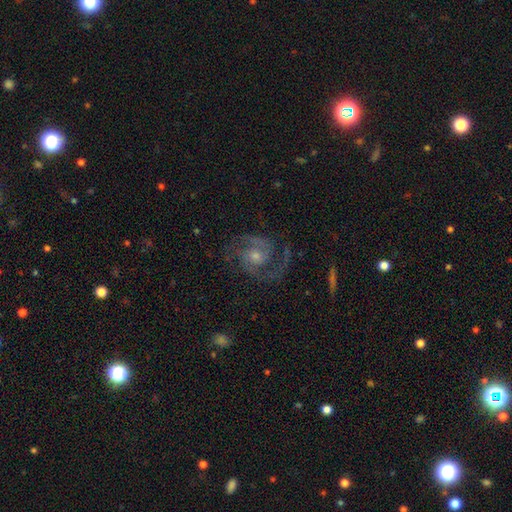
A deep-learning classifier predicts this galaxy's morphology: A featured or disk galaxy (89%) with no bar (60%), 2 (82%) medium (56%) spiral arms (98%) and a small central bulge (47%).

Vote fractions:
- Smooth or featured? featured or disk: 89% / star or artifact: 6% / smooth: 4%
- Edge-on disk? no: 98% / yes: 2%
- Bar? no: 60% / weak: 32% / strong: 8%
- Spiral arms? yes: 98% / no: 2%
- Spiral winding? medium: 56% / tight: 32% / loose: 12%
- Spiral arm count? 2: 82% / 3: 7% / can't tell: 4% / 1: 2% / 4: 2% / more than 4: 2%
- Bulge size? small: 47% / moderate: 46% / large: 3% / none: 3% / dominant: 1%
- Merging? none: 77% / minor disturbance: 13% / major disturbance: 8% / merger: 1%